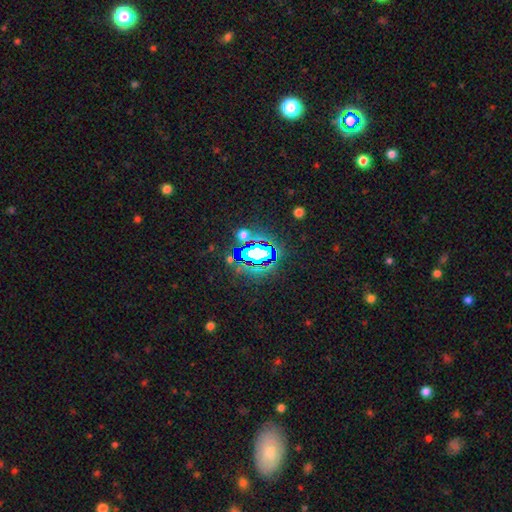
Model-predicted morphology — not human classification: Smooth or featured: star or artifact — 70% (smooth — 18%)